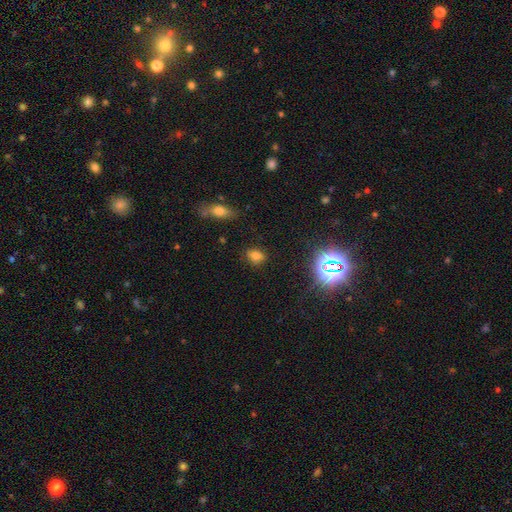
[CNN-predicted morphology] This appears to be a smooth galaxy with no disk features (72%) that is in between round and cigar-shaped (68%). Merging: none (83%).